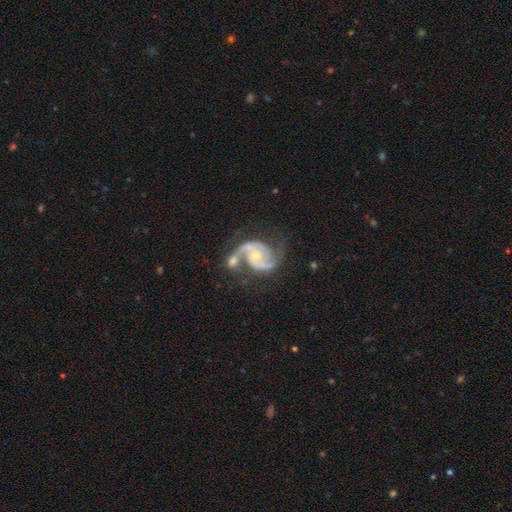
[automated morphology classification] smooth_or_featured: featured or disk (p=0.91) [alt: star or artifact p=0.05]
disk_edge_on: no (p=0.98) [alt: yes p=0.02]
bar: no (p=0.59) [alt: weak p=0.32]
has_spiral_arms: yes (p=0.98) [alt: no p=0.02]
spiral_winding: medium (p=0.59) [alt: loose p=0.24]
spiral_arm_count: 2 (p=0.88) [alt: 3 p=0.04]
bulge_size: small (p=0.52) [alt: moderate p=0.44]
merging: none (p=0.43) [alt: merger p=0.27]